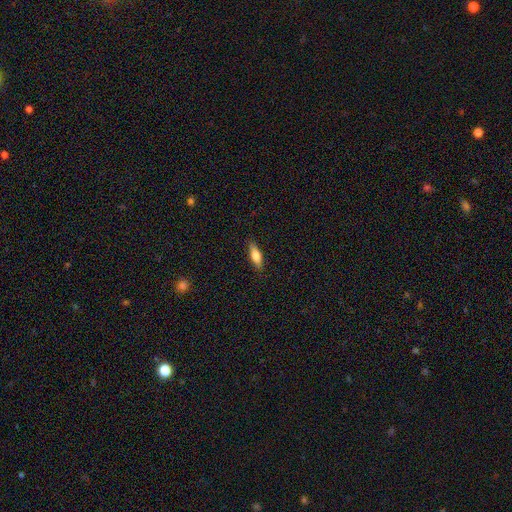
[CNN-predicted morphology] smooth-or-featured: smooth: 74% | featured or disk: 19% | star or artifact: 6%
  how-rounded: in between: 54% | cigar-shaped: 43% | round: 2%
  merging: none: 87% | minor disturbance: 10% | major disturbance: 2% | merger: 1%